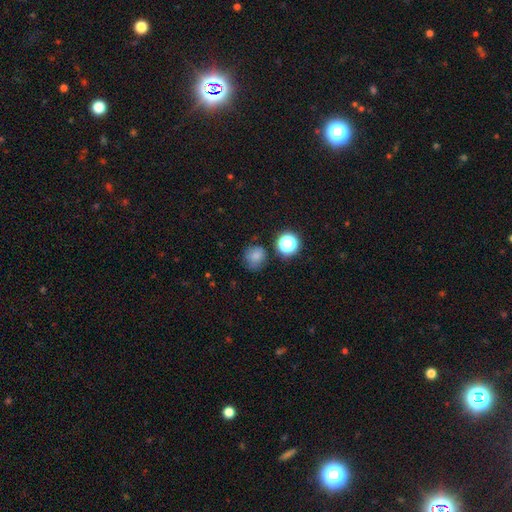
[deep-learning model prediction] smooth_or_featured: smooth (p=0.75) [alt: star or artifact p=0.16]
how_rounded: round (p=0.83) [alt: in between p=0.16]
merging: none (p=0.69) [alt: minor disturbance p=0.20]